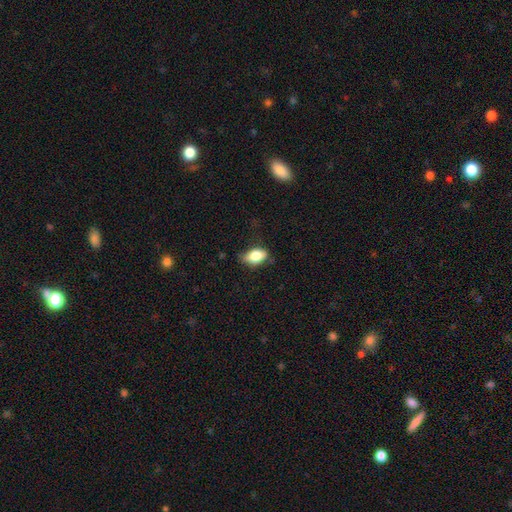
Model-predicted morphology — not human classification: smooth_or_featured: smooth (p=0.77) [alt: featured or disk p=0.15]
how_rounded: in between (p=0.86) [alt: round p=0.11]
merging: none (p=0.58) [alt: minor disturbance p=0.30]